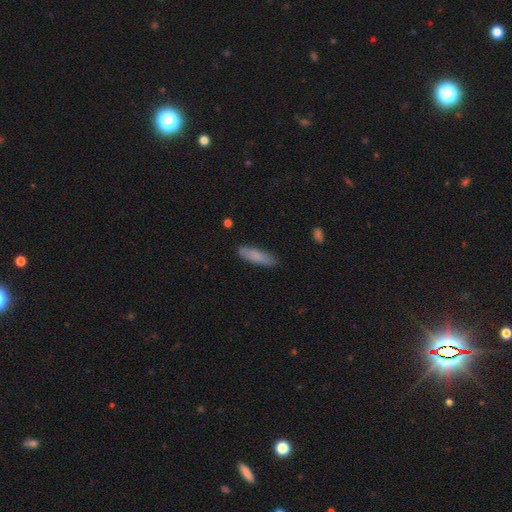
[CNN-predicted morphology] Smooth or featured? Predicted: smooth (p=0.80). How rounded? Predicted: cigar-shaped (p=0.61). Merging? Predicted: none (p=0.82).